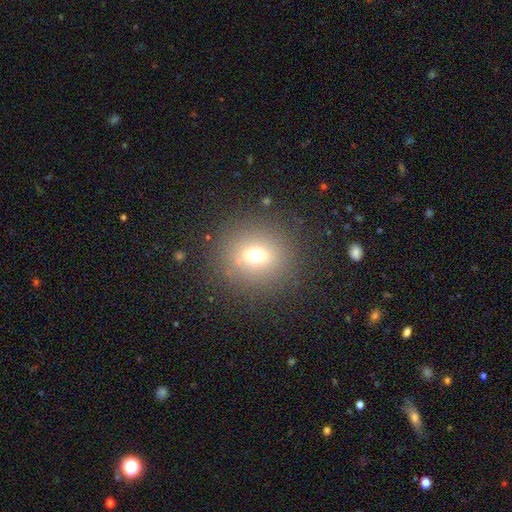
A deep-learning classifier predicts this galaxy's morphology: Overall: smooth (65%). How rounded: round (84%). Merging: none (85%).